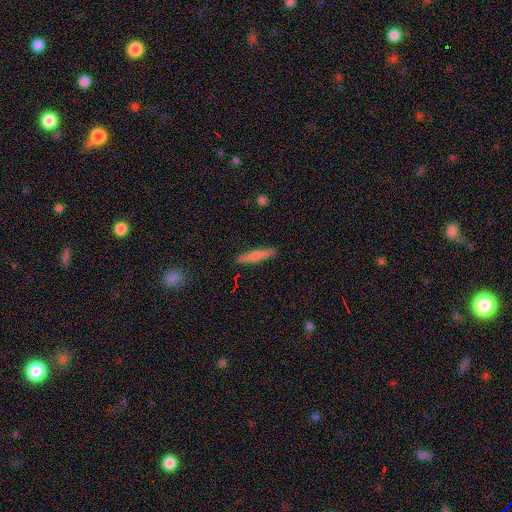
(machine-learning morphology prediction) Smooth or featured? smooth (71%)
How rounded? cigar-shaped (92%)
Merging? none (90%)